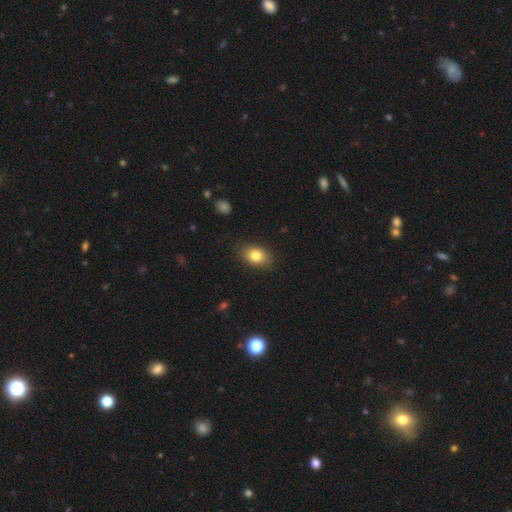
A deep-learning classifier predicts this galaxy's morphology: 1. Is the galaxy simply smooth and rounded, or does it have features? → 82% smooth, 9% star or artifact, 9% featured or disk.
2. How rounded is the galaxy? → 74% in between, 24% round, 1% cigar-shaped.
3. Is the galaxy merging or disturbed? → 84% none, 12% minor disturbance, 3% major disturbance, 1% merger.